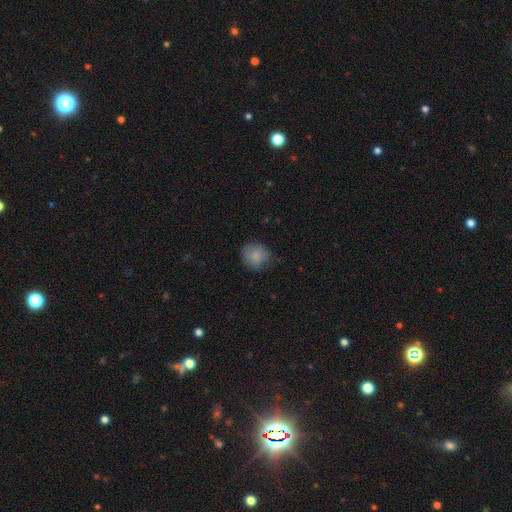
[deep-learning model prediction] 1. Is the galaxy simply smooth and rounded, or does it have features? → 84% smooth, 8% star or artifact, 8% featured or disk.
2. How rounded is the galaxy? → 81% round, 18% in between, 1% cigar-shaped.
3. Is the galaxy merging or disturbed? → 73% none, 21% minor disturbance, 5% major disturbance, 1% merger.